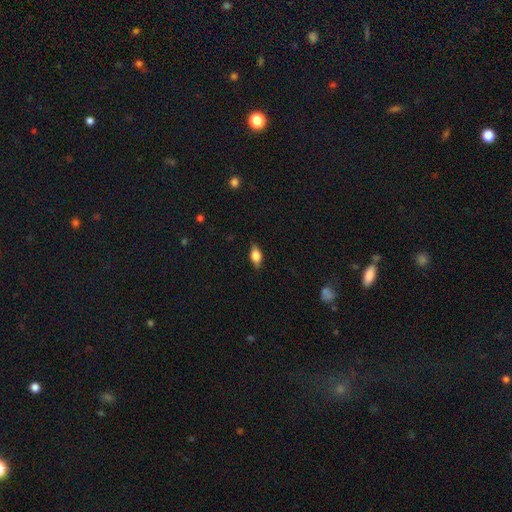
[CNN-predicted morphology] smooth 70%, featured or disk 22%, star or artifact 8%. Down the decision tree: how rounded — in between (83%); merging — none (82%).